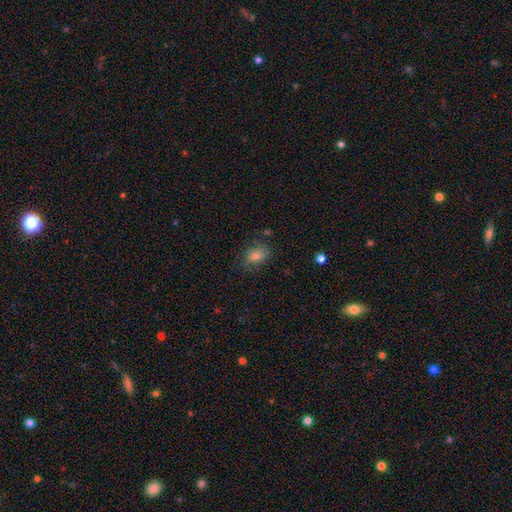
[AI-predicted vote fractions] A smooth galaxy with no disk features (56%) that is in between round and cigar-shaped (74%).

Vote fractions:
- Smooth or featured? smooth: 56% / featured or disk: 26% / star or artifact: 17%
- How rounded? in between: 74% / round: 23% / cigar-shaped: 3%
- Merging? none: 68% / minor disturbance: 20% / major disturbance: 10% / merger: 2%